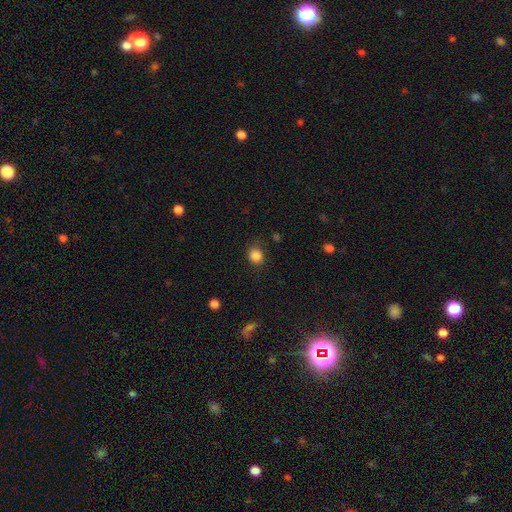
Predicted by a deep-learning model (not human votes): smooth-or-featured: smooth: 85% | star or artifact: 11% | featured or disk: 4%
  how-rounded: round: 72% | in between: 27% | cigar-shaped: 1%
  merging: none: 78% | minor disturbance: 16% | major disturbance: 5% | merger: 2%